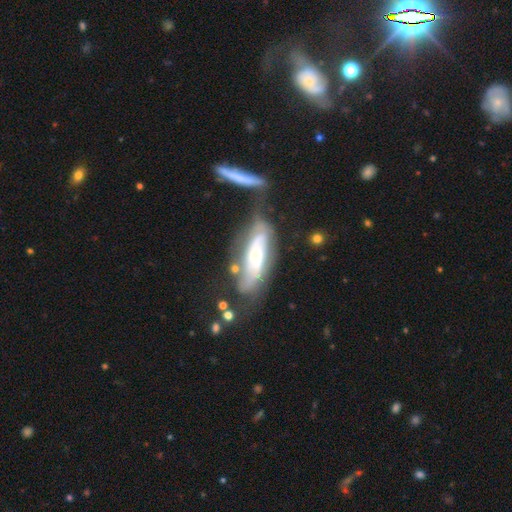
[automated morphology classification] Smooth or featured: featured or disk — 72% (smooth — 22%)
Edge-on disk: no — 81% (yes — 19%)
Bar: no — 66% (weak — 22%)
Spiral arms: yes — 78% (no — 22%)
Bulge size: small — 49% (moderate — 45%)
Merging: none — 44% (minor disturbance — 22%)